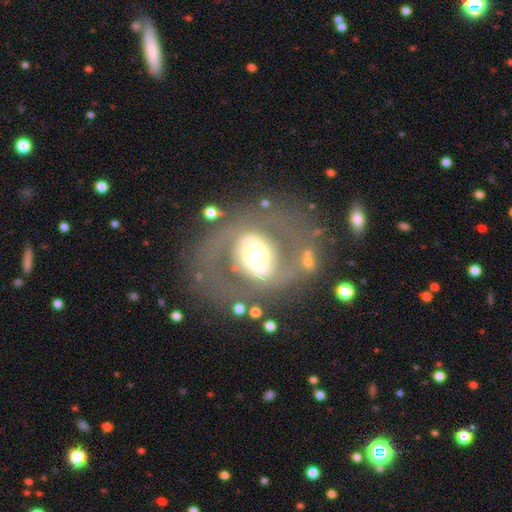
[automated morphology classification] Smooth or featured: featured or disk — 67% (smooth — 24%)
Edge-on disk: no — 95% (yes — 5%)
Bar: no — 41% (strong — 31%)
Spiral arms: yes — 52% (no — 48%)
Bulge size: moderate — 46% (large — 36%)
Merging: none — 68% (major disturbance — 15%)